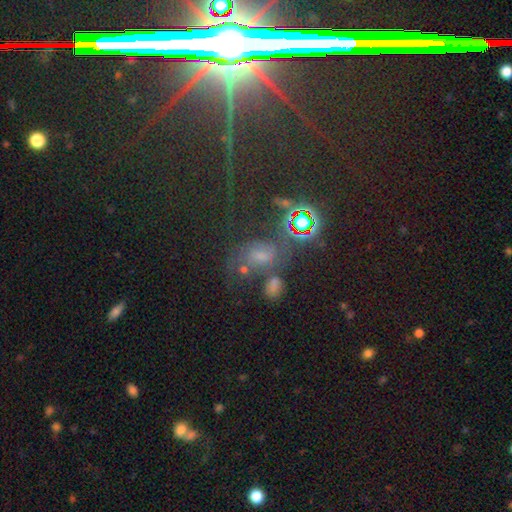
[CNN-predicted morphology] This is possibly a star or artifact rather than a galaxy (58%).